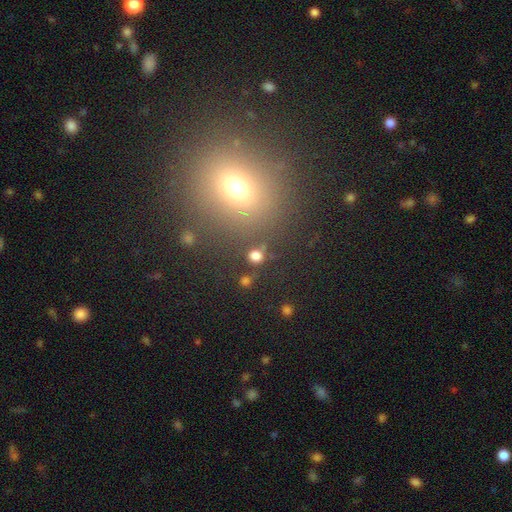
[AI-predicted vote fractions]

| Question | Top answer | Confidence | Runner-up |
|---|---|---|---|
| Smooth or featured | smooth | 77% | star or artifact (18%) |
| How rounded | round | 85% | in between (13%) |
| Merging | none | 80% | minor disturbance (8%) |